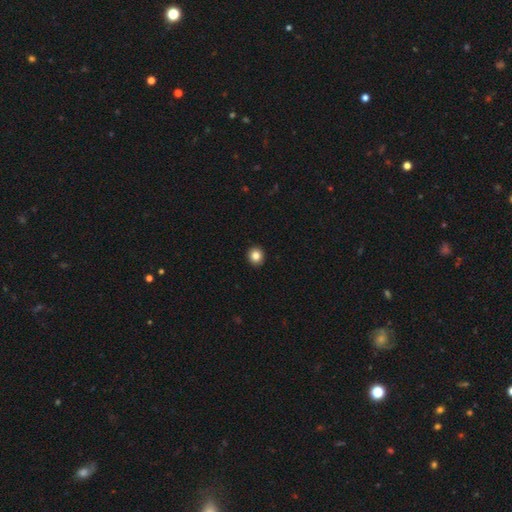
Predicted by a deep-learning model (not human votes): Q: Smooth or featured?
A: smooth (84%); runner-up: star or artifact (10%)
Q: How rounded?
A: round (87%); runner-up: in between (12%)
Q: Merging?
A: none (93%); runner-up: minor disturbance (4%)